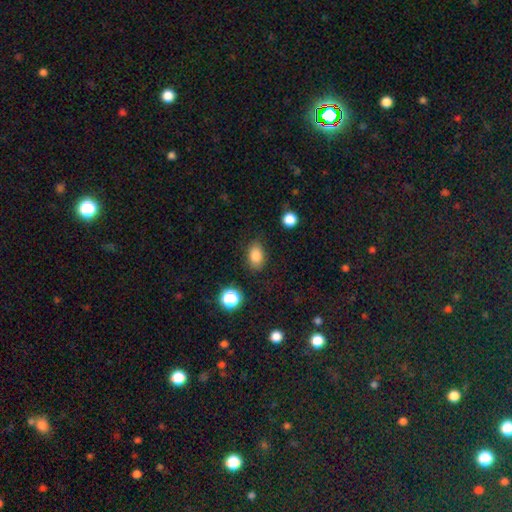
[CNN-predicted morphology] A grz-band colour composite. It shows a smooth galaxy with no disk features (84%) that is in between round and cigar-shaped (83%). Merging: none (81%).